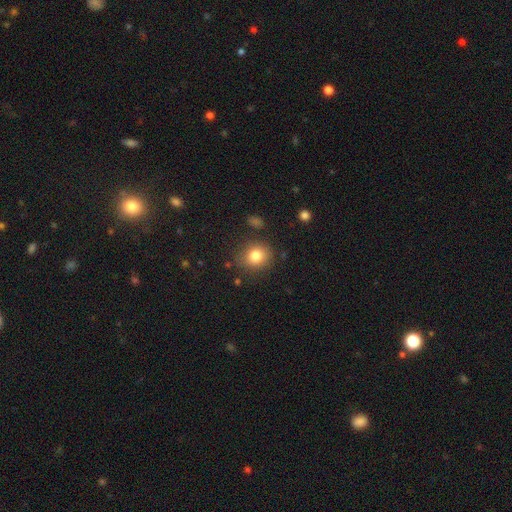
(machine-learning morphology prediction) Q: Smooth or featured?
A: smooth (81%); runner-up: star or artifact (11%)
Q: How rounded?
A: round (71%); runner-up: in between (28%)
Q: Merging?
A: none (83%); runner-up: minor disturbance (11%)